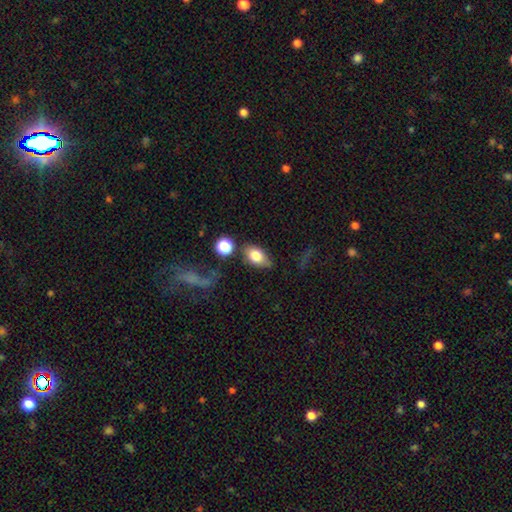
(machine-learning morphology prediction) A smooth galaxy with no disk features (77%) that is in between round and cigar-shaped (84%). Merging: none (61%).